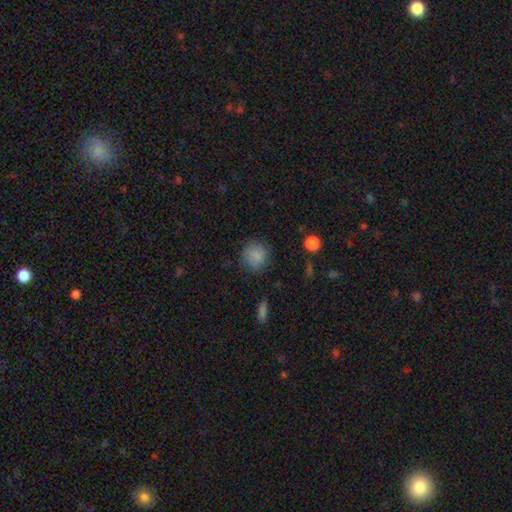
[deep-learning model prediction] A smooth galaxy with no disk features (84%) that is round (88%).

Vote fractions:
- Smooth or featured? smooth: 84% / star or artifact: 11% / featured or disk: 6%
- How rounded? round: 88% / in between: 11% / cigar-shaped: 1%
- Merging? none: 80% / minor disturbance: 14% / major disturbance: 5% / merger: 2%